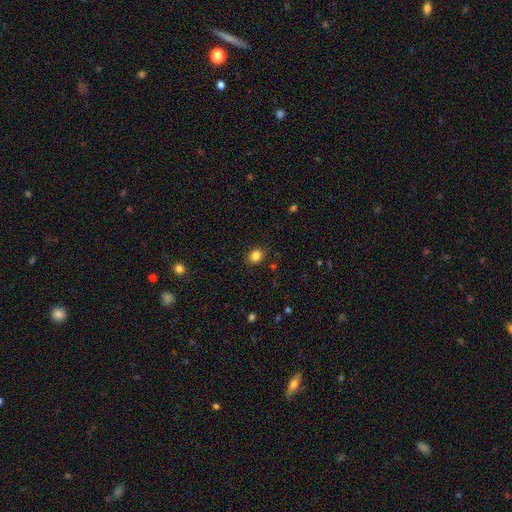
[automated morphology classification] A smooth galaxy with no disk features (83%) that is round (60%).

Vote fractions:
- Smooth or featured? smooth: 83% / star or artifact: 11% / featured or disk: 5%
- How rounded? round: 60% / in between: 39% / cigar-shaped: 1%
- Merging? none: 86% / minor disturbance: 10% / major disturbance: 3% / merger: 1%